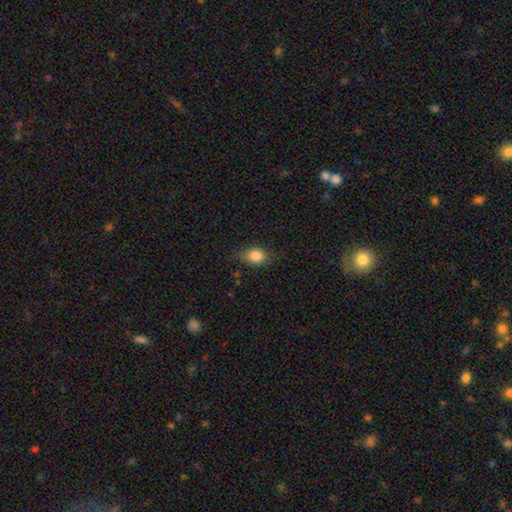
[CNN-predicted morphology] This is clearly a smooth galaxy (85%). How rounded: likely in between (68%). Merging: likely none (77%).